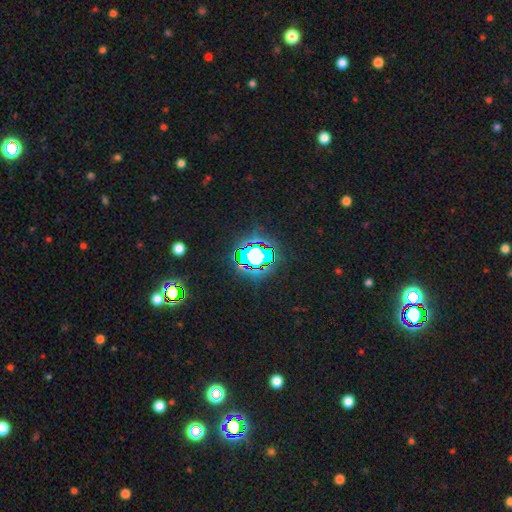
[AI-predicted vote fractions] The model was most divided on "smooth or featured": star or artifact: 69%, smooth: 18%, featured or disk: 13%.